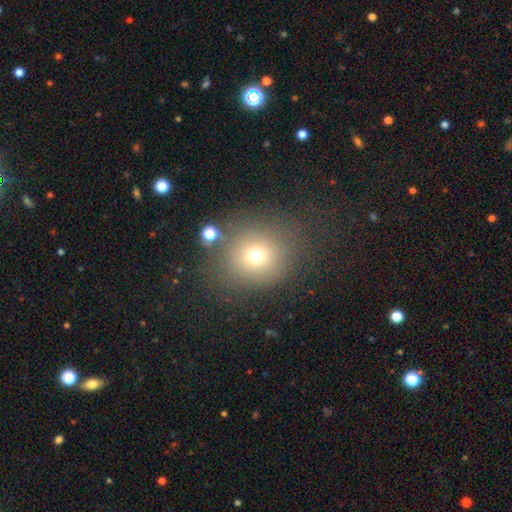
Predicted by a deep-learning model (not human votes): Morphology: type=smooth (69%); roundness=round (80%); merging=none (72%).